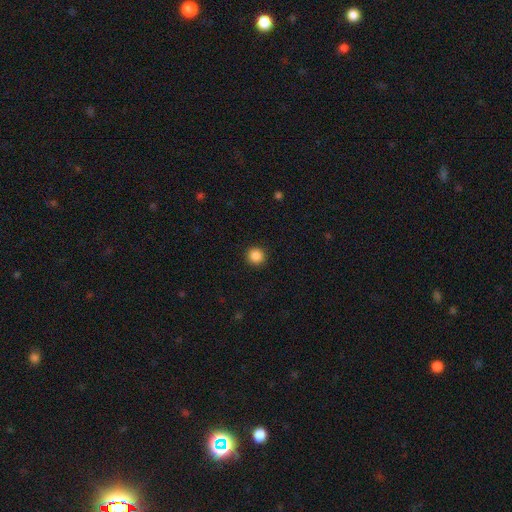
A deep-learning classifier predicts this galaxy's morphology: Overall: smooth (87%). How rounded: round (93%). Merging: none (92%).